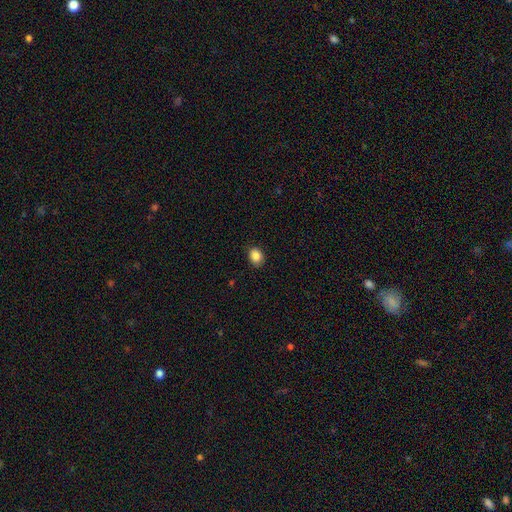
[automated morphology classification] The model was most divided on "how rounded": in between: 61%, round: 38%, cigar-shaped: 1%. More confident: smooth or featured — smooth (87%); merging — none (86%).